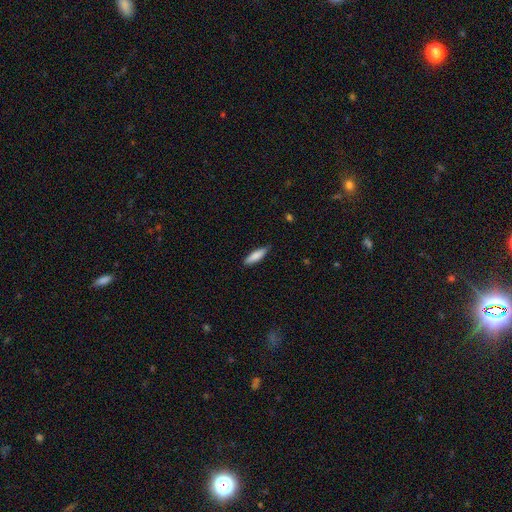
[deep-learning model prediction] Smooth or featured? Predicted: smooth (p=0.82). How rounded? Predicted: cigar-shaped (p=0.62). Merging? Predicted: none (p=0.83).